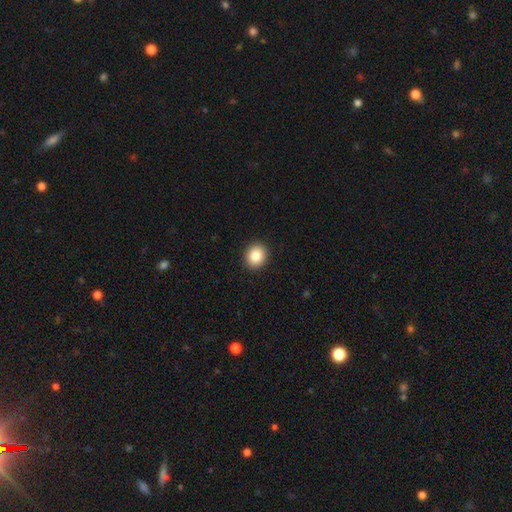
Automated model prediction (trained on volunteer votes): Q: Smooth or featured?
A: smooth (86%); runner-up: star or artifact (9%)
Q: How rounded?
A: round (73%); runner-up: in between (26%)
Q: Merging?
A: none (92%); runner-up: minor disturbance (6%)